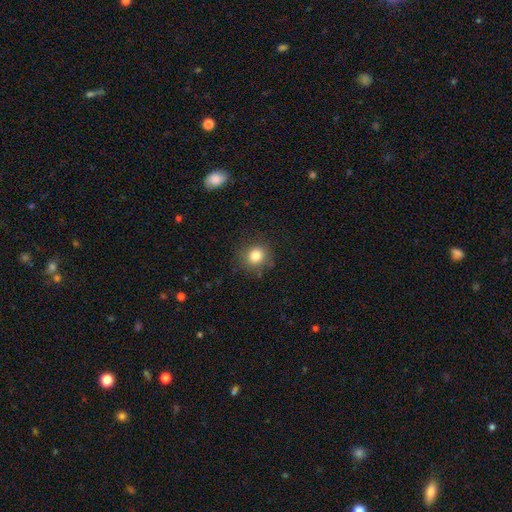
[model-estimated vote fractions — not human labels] Overall: smooth (82%). How rounded: round (85%). Merging: none (84%).